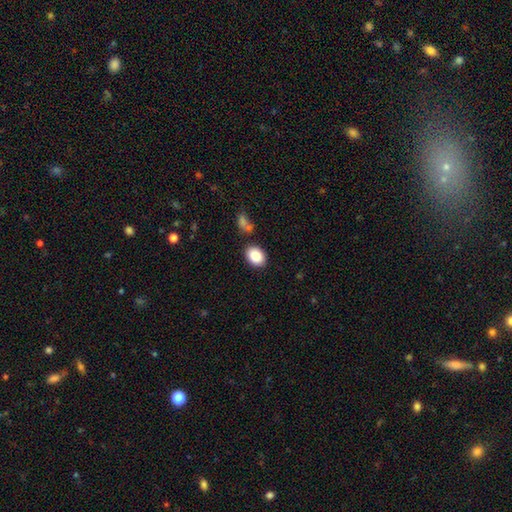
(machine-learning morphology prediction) A smooth galaxy with no disk features (88%) that is in between round and cigar-shaped (69%).

Vote fractions:
- Smooth or featured? smooth: 88% / star or artifact: 8% / featured or disk: 5%
- How rounded? in between: 69% / round: 30% / cigar-shaped: 1%
- Merging? none: 81% / minor disturbance: 10% / merger: 5% / major disturbance: 3%